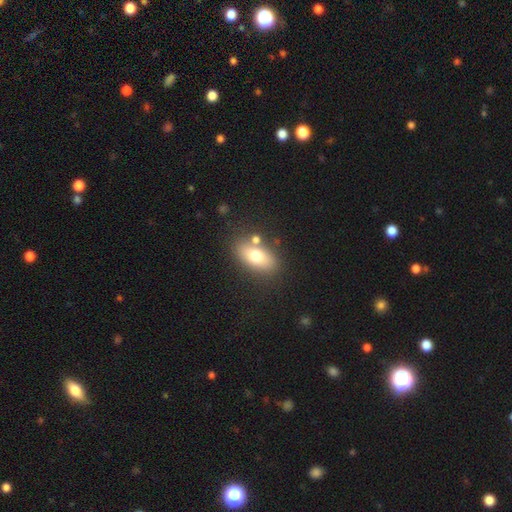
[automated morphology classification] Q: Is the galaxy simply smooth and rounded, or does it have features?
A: smooth — 71%.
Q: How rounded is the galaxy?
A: in between — 85%.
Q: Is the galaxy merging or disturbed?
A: none — 72%.